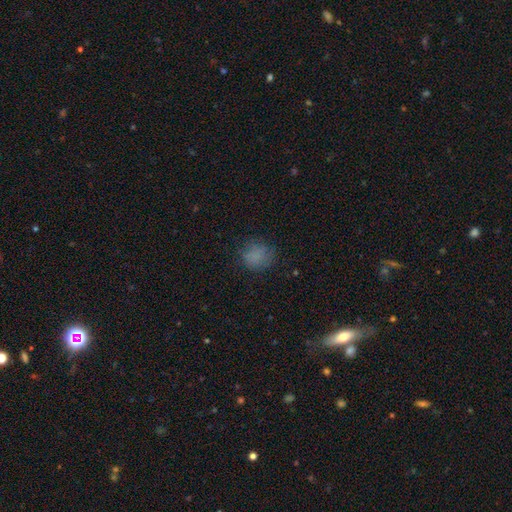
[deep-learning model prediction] A smooth galaxy with no disk features (77%) that is round (76%).

Vote fractions:
- Smooth or featured? smooth: 77% / star or artifact: 14% / featured or disk: 8%
- How rounded? round: 76% / in between: 22% / cigar-shaped: 1%
- Merging? none: 74% / minor disturbance: 17% / major disturbance: 8% / merger: 1%